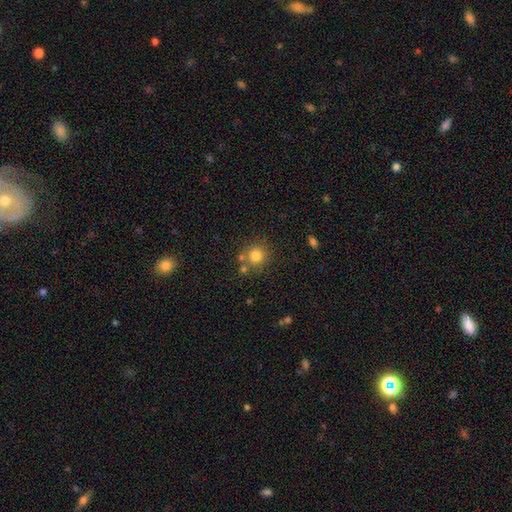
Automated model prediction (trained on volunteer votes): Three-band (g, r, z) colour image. It shows a smooth galaxy with no disk features (80%) that is round (91%). Merging: none (73%).